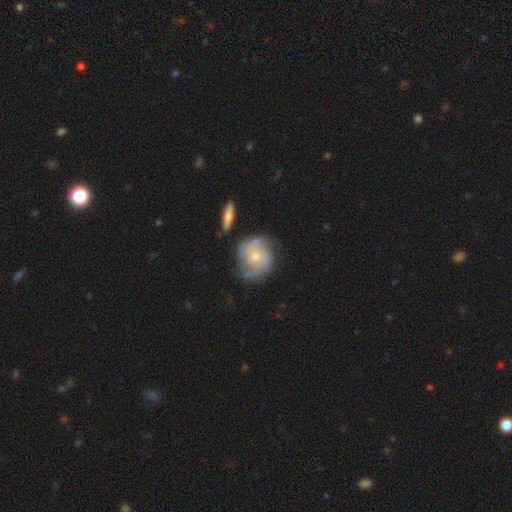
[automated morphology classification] Overall: featured or disk (73%). Edge-on disk: no (97%). Bar: no (72%). Spiral arms: yes (91%). Spiral arm count: 2 (43%; can't tell 23%). Spiral winding: medium (42%; tight 40%). Bulge size: small (59%; moderate 36%). Merging: none (64%).